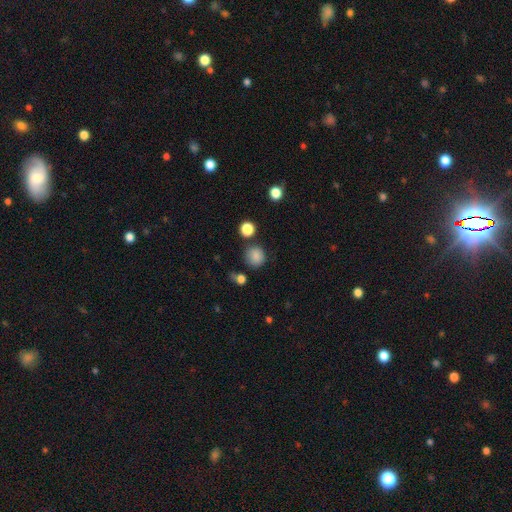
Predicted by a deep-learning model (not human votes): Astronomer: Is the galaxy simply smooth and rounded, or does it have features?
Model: smooth — 84%.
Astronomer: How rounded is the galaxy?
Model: round — 87%.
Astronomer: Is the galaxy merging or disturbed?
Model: none — 77%.